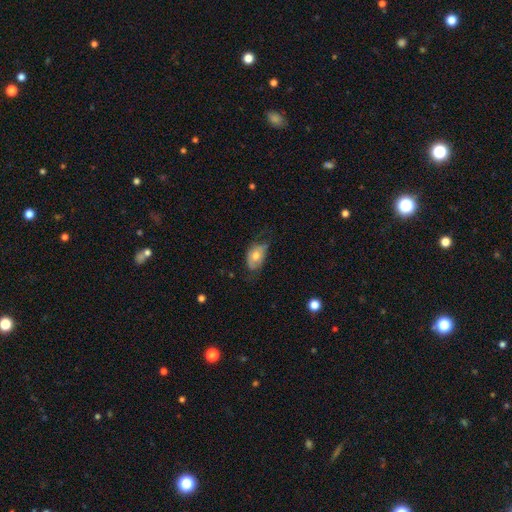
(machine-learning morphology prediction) Smooth or featured? Predicted: smooth (p=0.58). How rounded? Predicted: in between (p=0.85). Merging? Predicted: none (p=0.44).